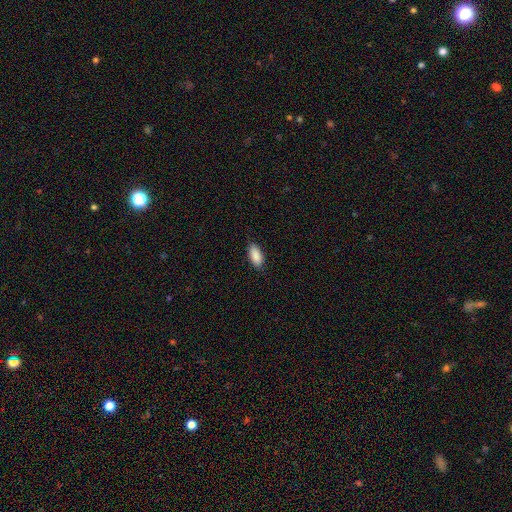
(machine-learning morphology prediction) Smooth or featured?
  - smooth: 90% *
  - star or artifact: 6%
  - featured or disk: 4%
How rounded?
  - in between: 91% *
  - cigar-shaped: 7%
  - round: 2%
Merging?
  - none: 83% *
  - minor disturbance: 13%
  - major disturbance: 2%
  - merger: 1%